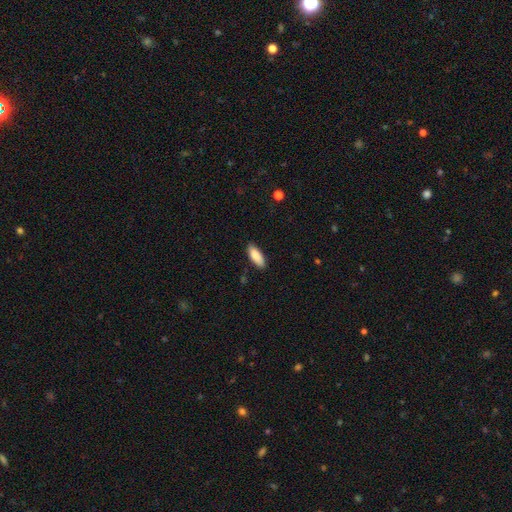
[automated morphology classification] Q: Smooth or featured?
A: smooth (87%); runner-up: featured or disk (7%)
Q: How rounded?
A: in between (75%); runner-up: cigar-shaped (23%)
Q: Merging?
A: none (86%); runner-up: minor disturbance (10%)